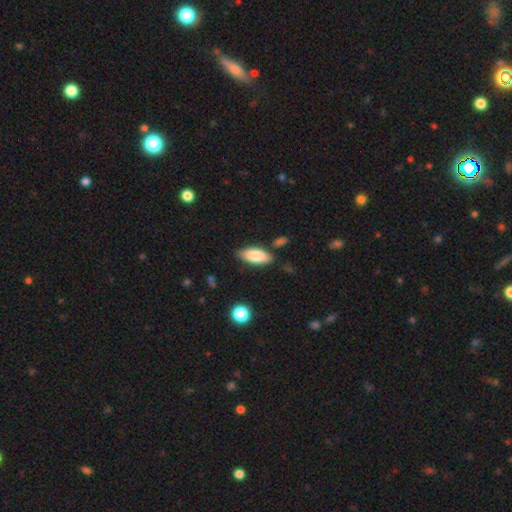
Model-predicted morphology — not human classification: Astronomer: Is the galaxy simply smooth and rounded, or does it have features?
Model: smooth — 83%.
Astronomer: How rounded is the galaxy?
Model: in between — 84%.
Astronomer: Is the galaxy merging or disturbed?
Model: none — 80%.